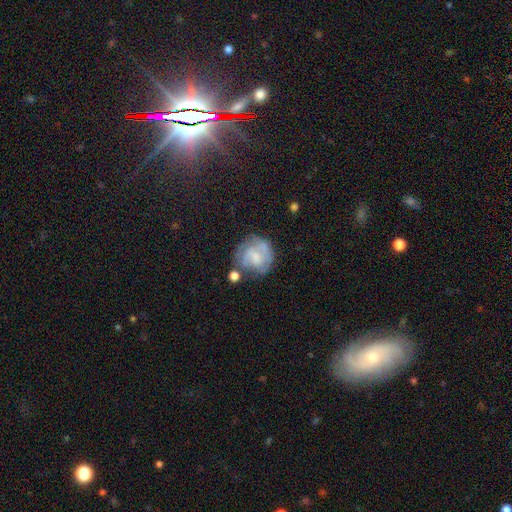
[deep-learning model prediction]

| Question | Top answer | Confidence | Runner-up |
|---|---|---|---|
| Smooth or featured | featured or disk | 56% | smooth (36%) |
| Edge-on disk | no | 98% | yes (2%) |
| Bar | no | 51% | weak (39%) |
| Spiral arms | yes | 64% | no (36%) |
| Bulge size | small | 35% | none (30%) |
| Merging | none | 47% | minor disturbance (24%) |